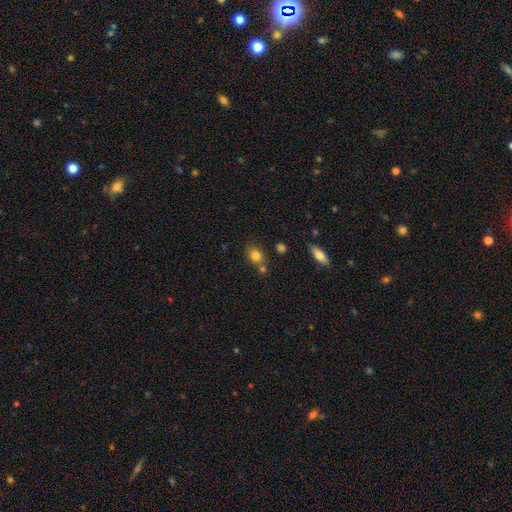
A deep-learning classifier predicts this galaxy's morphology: type=smooth (81%); roundness=in between (57%); merging=none (59%).